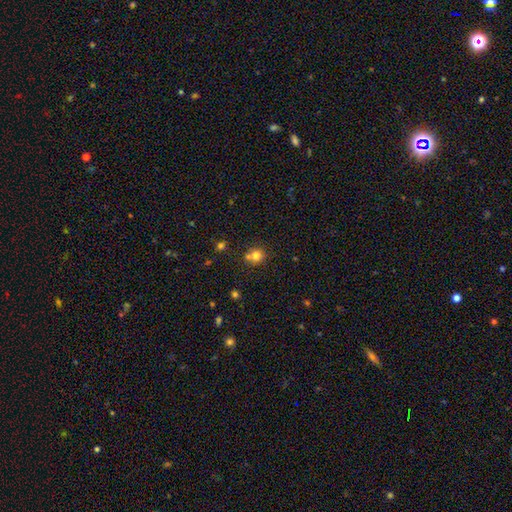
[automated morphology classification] Smooth or featured: smooth — 76% (star or artifact — 14%)
How rounded: round — 82% (in between — 17%)
Merging: none — 56% (merger — 29%)